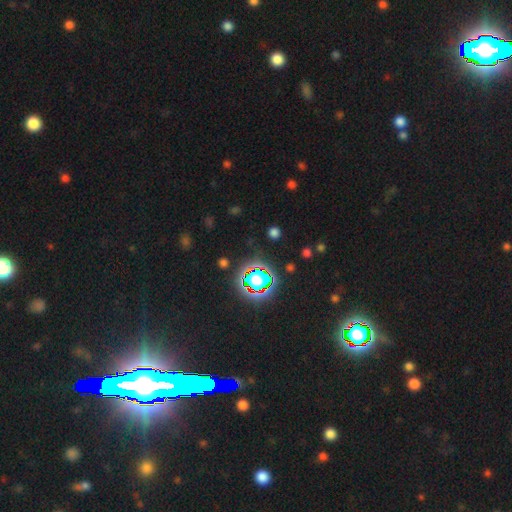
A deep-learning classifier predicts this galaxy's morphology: Q: Smooth or featured?
A: star or artifact (81%); runner-up: smooth (10%)